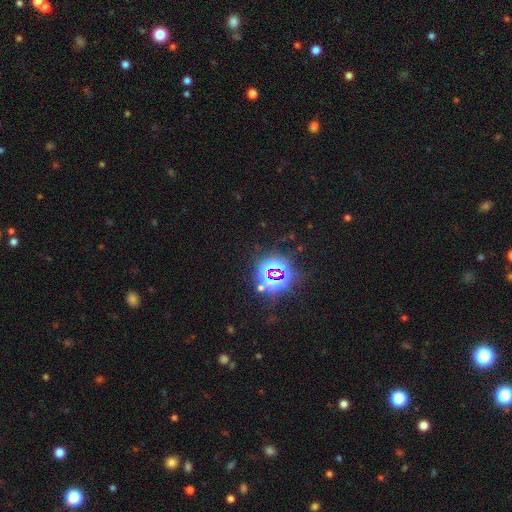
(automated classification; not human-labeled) smooth_or_featured: star or artifact (p=0.79) [alt: smooth p=0.14]